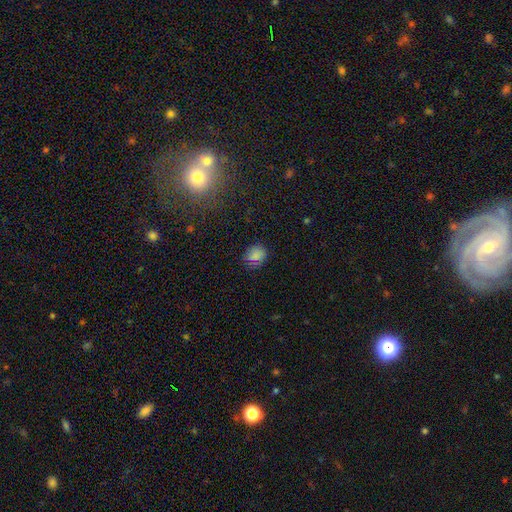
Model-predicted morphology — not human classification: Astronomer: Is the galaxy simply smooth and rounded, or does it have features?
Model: smooth — 74%.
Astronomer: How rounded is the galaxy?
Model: round — 69%.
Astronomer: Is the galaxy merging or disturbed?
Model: none — 83%.